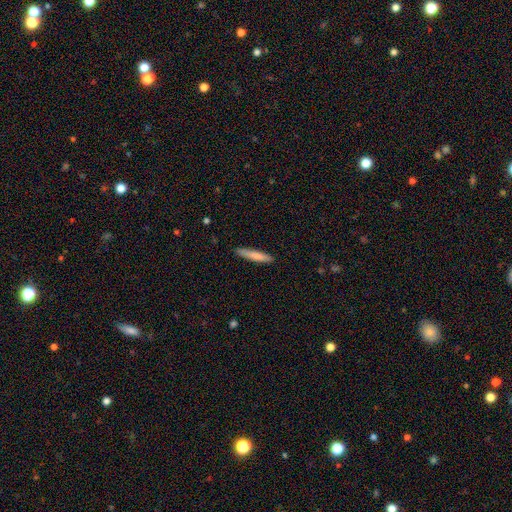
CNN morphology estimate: The model was most divided on "smooth or featured": smooth: 79%, featured or disk: 16%, star or artifact: 6%. More confident: how rounded — cigar-shaped (91%); merging — none (88%).